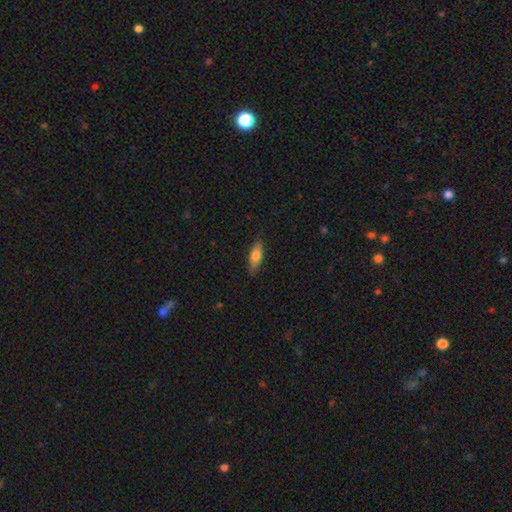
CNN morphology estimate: This appears to be a smooth galaxy with no disk features (73%) that is in between round and cigar-shaped (64%). Merging: none (85%).